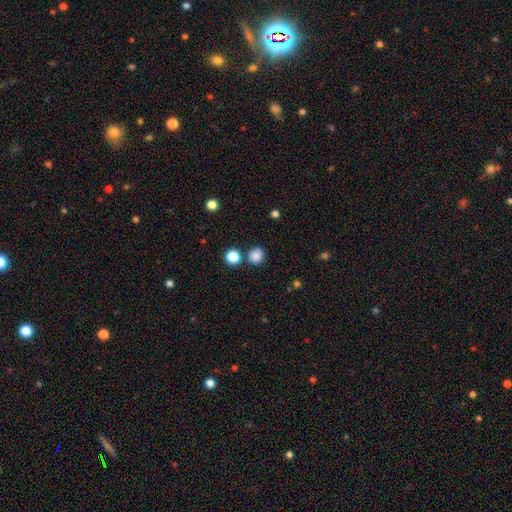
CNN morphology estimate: smooth 85%, star or artifact 12%, featured or disk 4%. Down the decision tree: how rounded — round (85%); merging — none (82%).